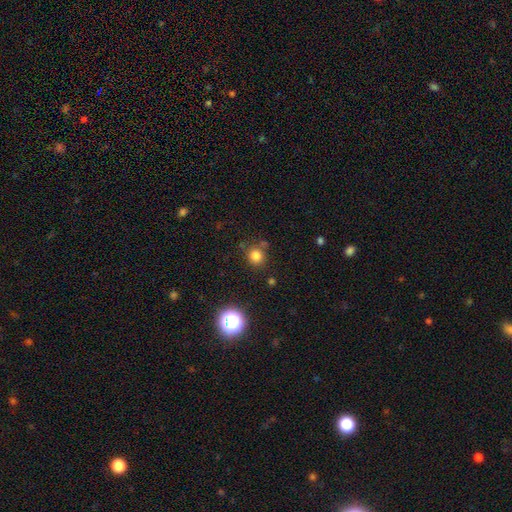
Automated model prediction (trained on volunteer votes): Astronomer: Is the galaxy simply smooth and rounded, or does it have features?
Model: smooth — 80%.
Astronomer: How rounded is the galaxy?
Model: round — 89%.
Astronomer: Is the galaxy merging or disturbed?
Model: none — 79%.